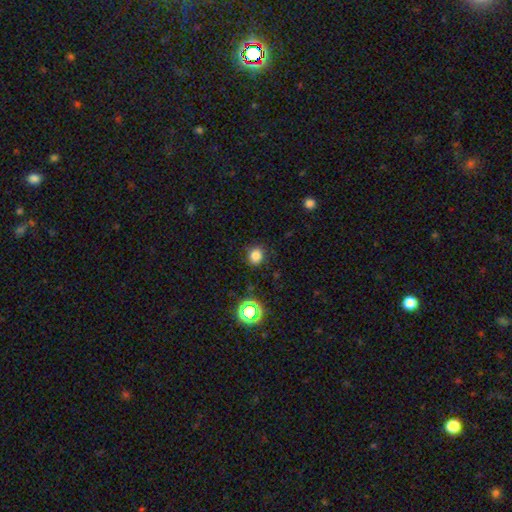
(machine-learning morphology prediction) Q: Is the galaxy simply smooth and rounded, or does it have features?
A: smooth — 80%.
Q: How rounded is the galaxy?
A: round — 77%.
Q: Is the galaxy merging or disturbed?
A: none — 85%.